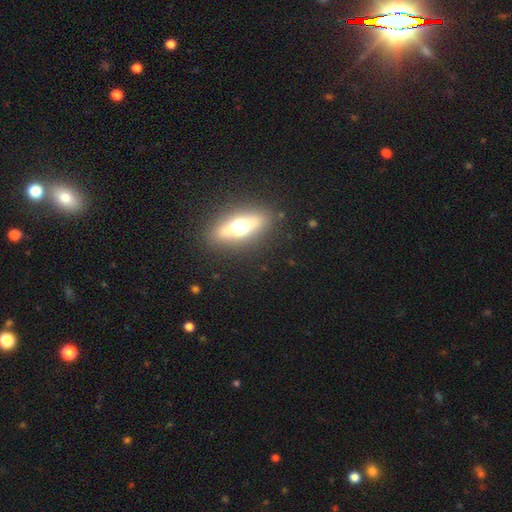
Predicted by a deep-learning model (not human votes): Morphology: type=featured or disk (47%); merging=none (88%).